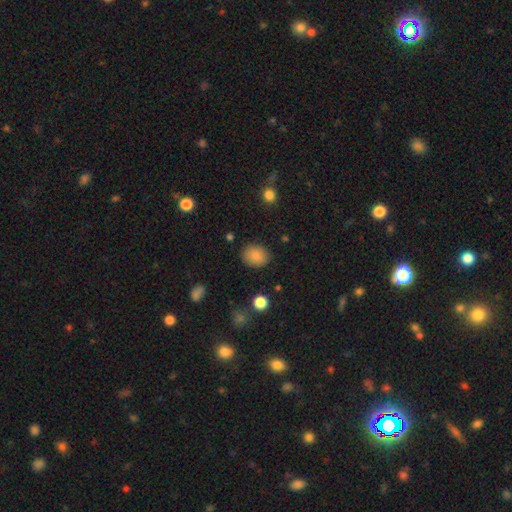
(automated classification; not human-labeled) Smooth or featured?
  - smooth: 84% *
  - star or artifact: 9%
  - featured or disk: 6%
How rounded?
  - round: 57% *
  - in between: 42%
  - cigar-shaped: 1%
Merging?
  - none: 86% *
  - minor disturbance: 10%
  - major disturbance: 3%
  - merger: 1%